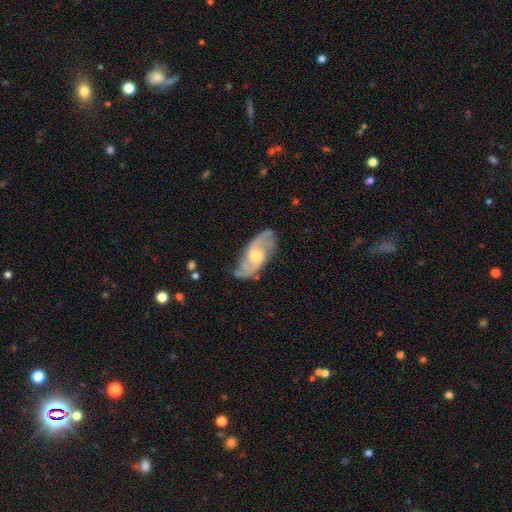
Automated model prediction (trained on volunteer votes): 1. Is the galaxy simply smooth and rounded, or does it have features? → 82% featured or disk, 12% smooth, 5% star or artifact.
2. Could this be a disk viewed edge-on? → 92% no, 8% yes.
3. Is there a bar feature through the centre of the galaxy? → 46% no, 45% weak, 9% strong.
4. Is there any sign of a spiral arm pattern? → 93% yes, 7% no.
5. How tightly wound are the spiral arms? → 48% medium, 32% loose, 20% tight.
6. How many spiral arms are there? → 76% 2, 11% can't tell, 7% 3, 2% 1, 2% 4, 2% more than 4.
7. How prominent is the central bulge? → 67% moderate, 18% small, 11% large, 3% none, 1% dominant.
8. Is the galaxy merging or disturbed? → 72% none, 20% minor disturbance, 6% major disturbance, 2% merger.